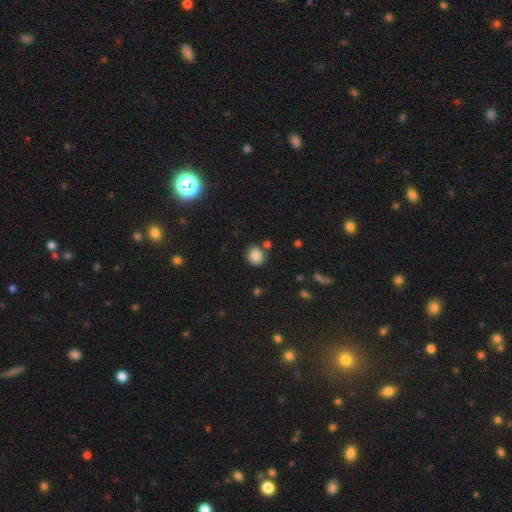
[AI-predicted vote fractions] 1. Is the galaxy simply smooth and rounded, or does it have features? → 86% smooth, 10% star or artifact, 4% featured or disk.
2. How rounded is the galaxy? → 80% round, 19% in between, 1% cigar-shaped.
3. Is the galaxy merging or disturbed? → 78% none, 11% minor disturbance, 8% merger, 3% major disturbance.